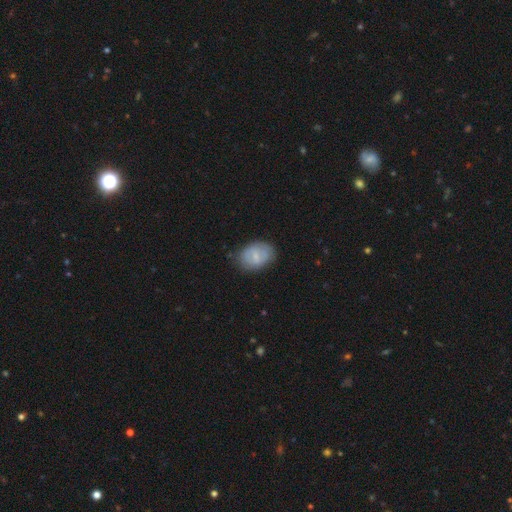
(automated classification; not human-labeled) Smooth or featured?
  - smooth: 55% *
  - featured or disk: 38%
  - star or artifact: 7%
How rounded?
  - in between: 79% *
  - round: 20%
  - cigar-shaped: 1%
Merging?
  - none: 76% *
  - minor disturbance: 18%
  - major disturbance: 5%
  - merger: 1%